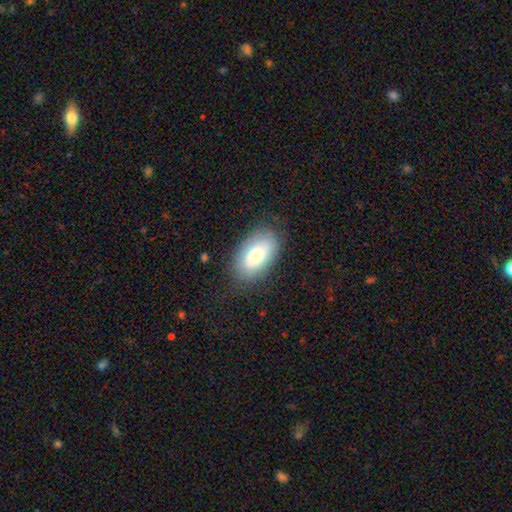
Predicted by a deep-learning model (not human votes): Smooth or featured? smooth (72%)
How rounded? in between (93%)
Merging? none (80%)